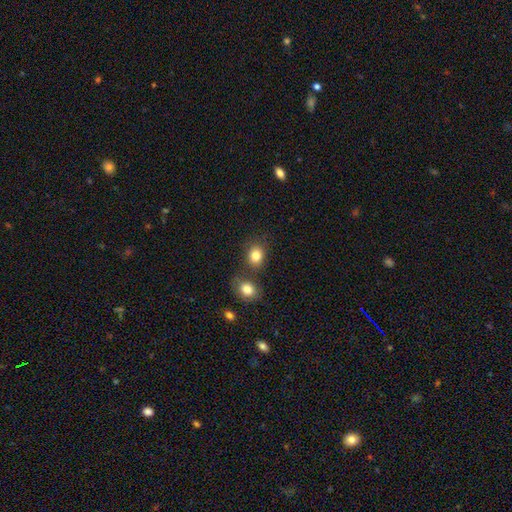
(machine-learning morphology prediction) The model was most divided on "how rounded": round: 57%, in between: 42%, cigar-shaped: 1%. More confident: smooth or featured — smooth (83%); merging — none (67%).